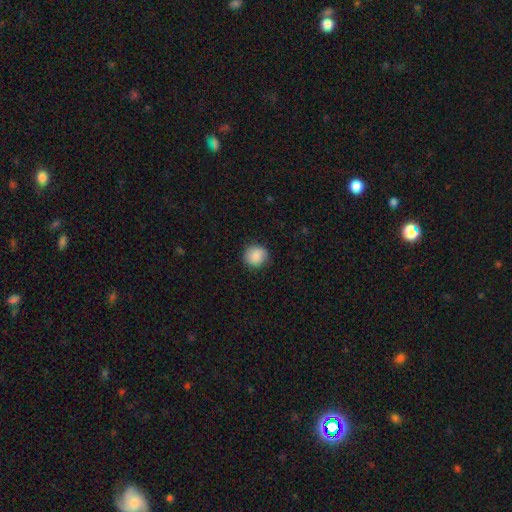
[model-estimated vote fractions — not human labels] Overall: smooth (88%). How rounded: round (87%). Merging: none (86%).